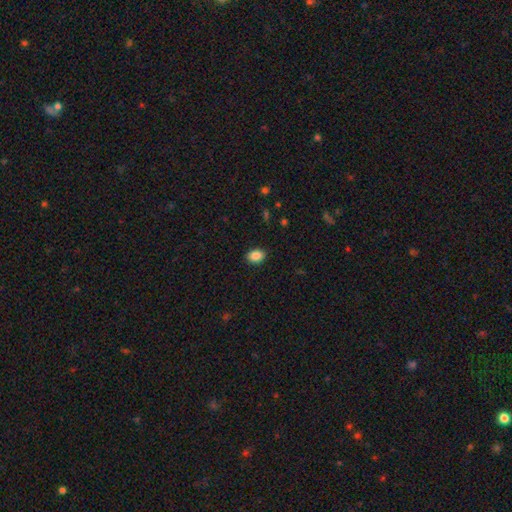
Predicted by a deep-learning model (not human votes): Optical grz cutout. It shows a smooth galaxy with no disk features (88%) that is in between round and cigar-shaped (71%). Merging: none (90%).